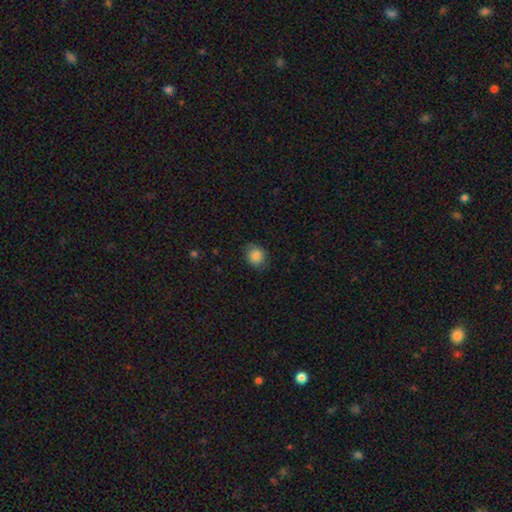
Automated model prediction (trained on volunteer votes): smooth_or_featured: smooth (p=0.83) [alt: star or artifact p=0.09]
how_rounded: round (p=0.67) [alt: in between p=0.32]
merging: none (p=0.76) [alt: minor disturbance p=0.19]